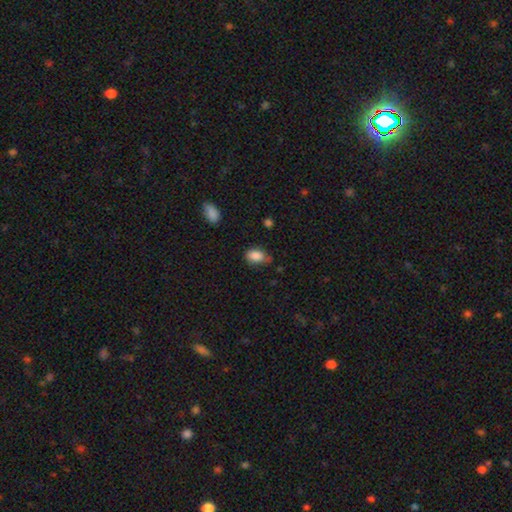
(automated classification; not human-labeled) Morphology: type=smooth (86%); roundness=in between (85%); merging=none (57%).